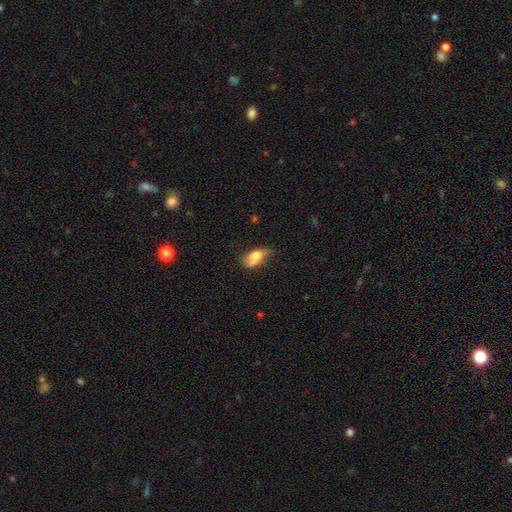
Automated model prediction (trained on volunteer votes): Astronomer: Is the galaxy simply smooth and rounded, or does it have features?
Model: smooth — 63%.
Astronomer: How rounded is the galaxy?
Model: in between — 84%.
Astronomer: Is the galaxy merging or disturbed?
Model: none — 40% (runner-up: minor disturbance, 33%).